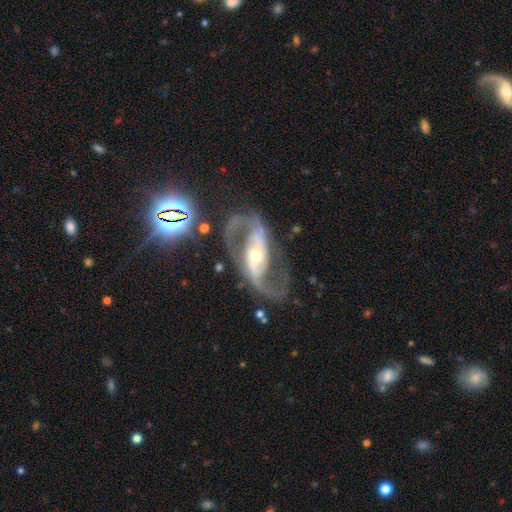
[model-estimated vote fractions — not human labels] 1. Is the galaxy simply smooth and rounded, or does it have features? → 91% featured or disk, 5% star or artifact, 4% smooth.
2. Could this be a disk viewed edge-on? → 96% no, 4% yes.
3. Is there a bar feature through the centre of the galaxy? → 38% strong, 31% weak, 31% no.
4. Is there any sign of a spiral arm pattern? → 96% yes, 4% no.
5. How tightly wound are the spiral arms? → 48% medium, 40% loose, 12% tight.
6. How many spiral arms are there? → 92% 2, 2% can't tell, 2% 1, 1% 3, 1% 4, 1% more than 4.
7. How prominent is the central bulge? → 58% moderate, 35% small, 5% large, 1% dominant, 1% none.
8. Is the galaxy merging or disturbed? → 68% none, 15% minor disturbance, 14% major disturbance, 3% merger.